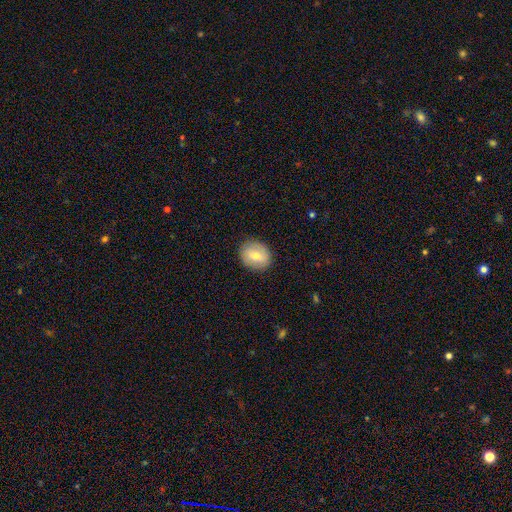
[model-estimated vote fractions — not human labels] Smooth or featured? smooth (67%)
How rounded? round (65%)
Merging? none (87%)